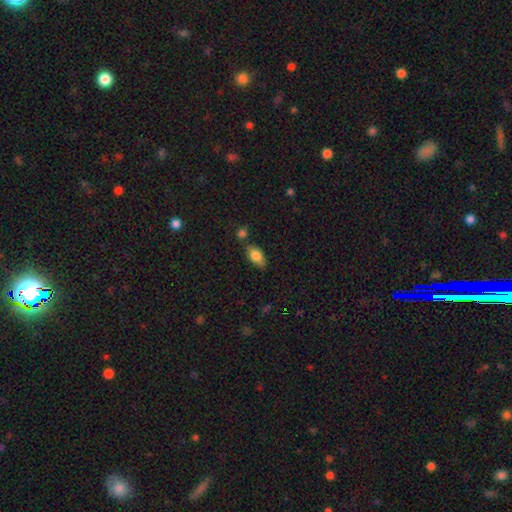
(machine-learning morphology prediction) This is clearly a smooth galaxy (82%). How rounded: clearly in between (89%). Merging: likely none (70%).